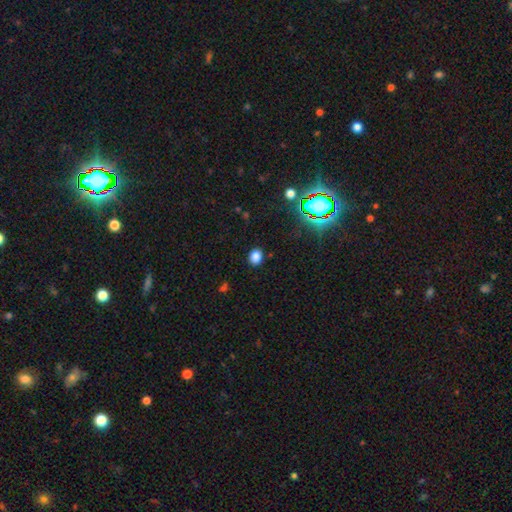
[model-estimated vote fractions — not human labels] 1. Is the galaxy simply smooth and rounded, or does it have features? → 82% smooth, 14% star or artifact, 4% featured or disk.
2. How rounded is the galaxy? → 50% in between, 49% round, 1% cigar-shaped.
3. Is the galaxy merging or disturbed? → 87% none, 9% minor disturbance, 3% major disturbance, 1% merger.